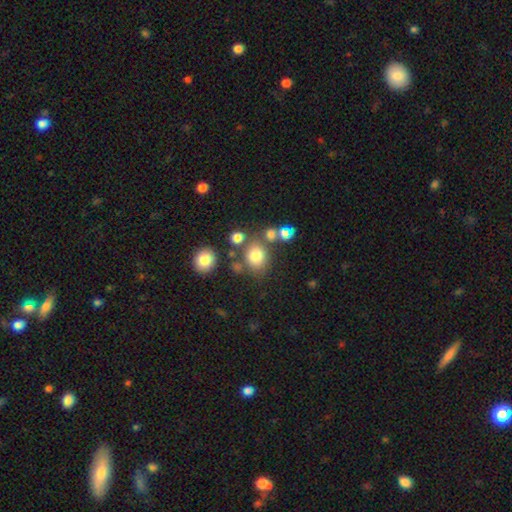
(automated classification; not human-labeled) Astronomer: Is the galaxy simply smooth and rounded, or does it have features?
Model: smooth — 76%.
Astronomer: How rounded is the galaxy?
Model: round — 64%.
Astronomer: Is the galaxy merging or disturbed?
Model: none — 64%.